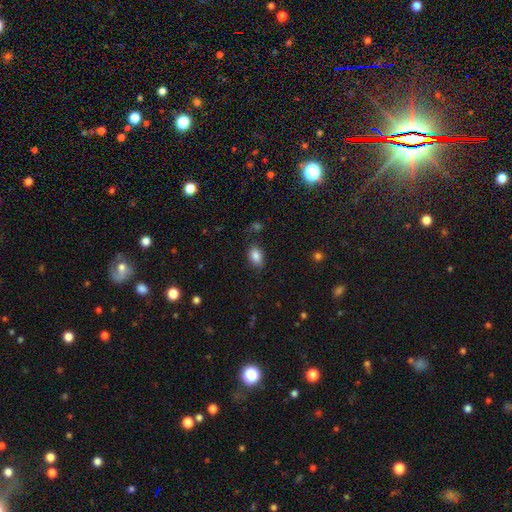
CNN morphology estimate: Smooth or featured? smooth (84%)
How rounded? in between (86%)
Merging? none (78%)